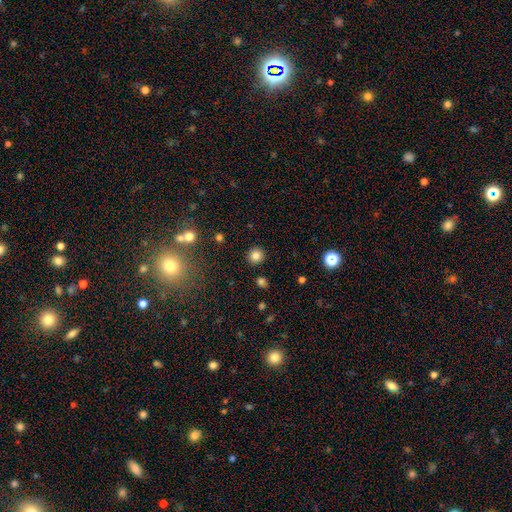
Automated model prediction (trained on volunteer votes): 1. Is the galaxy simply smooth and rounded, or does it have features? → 83% smooth, 13% star or artifact, 5% featured or disk.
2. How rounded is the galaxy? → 93% round, 6% in between, 1% cigar-shaped.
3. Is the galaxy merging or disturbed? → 91% none, 5% minor disturbance, 2% merger, 2% major disturbance.